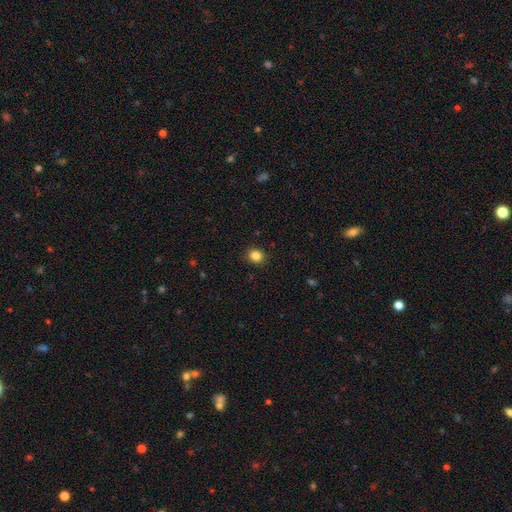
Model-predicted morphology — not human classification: A smooth galaxy with no disk features (84%) that is round (79%). Merging: none (90%).